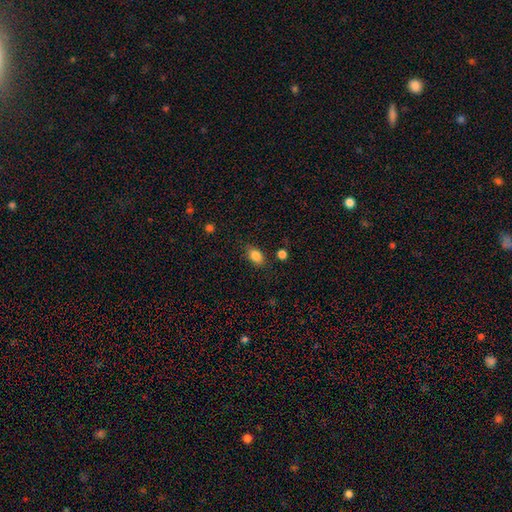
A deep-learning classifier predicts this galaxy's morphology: Smooth or featured?
  - smooth: 85% *
  - star or artifact: 9%
  - featured or disk: 6%
How rounded?
  - in between: 85% *
  - round: 13%
  - cigar-shaped: 2%
Merging?
  - none: 81% *
  - minor disturbance: 13%
  - major disturbance: 3%
  - merger: 3%